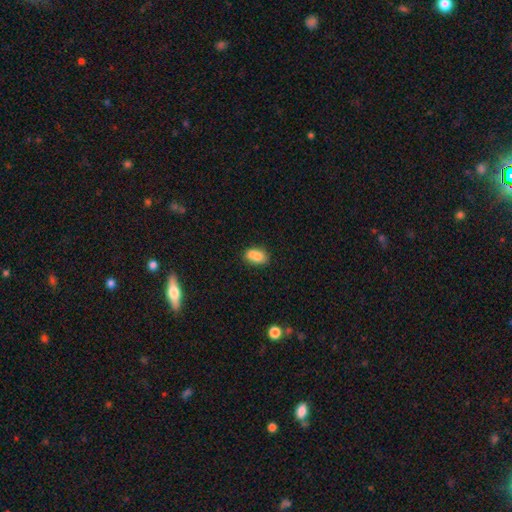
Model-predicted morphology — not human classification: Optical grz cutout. It shows a smooth galaxy with no disk features (72%) that is in between round and cigar-shaped (72%). Merging: merger (47%).